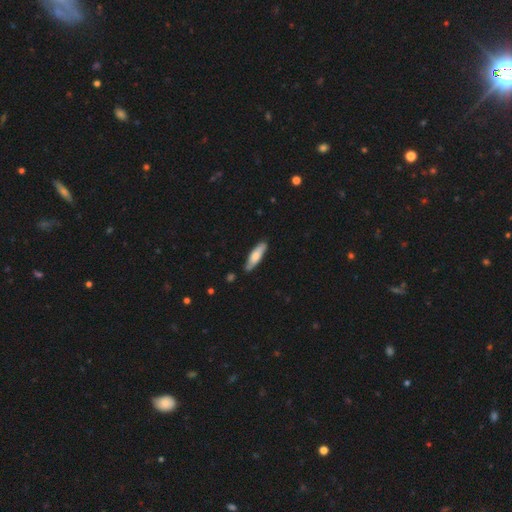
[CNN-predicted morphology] A smooth galaxy with no disk features (71%) that is cigar-shaped (62%). Merging: none (82%).